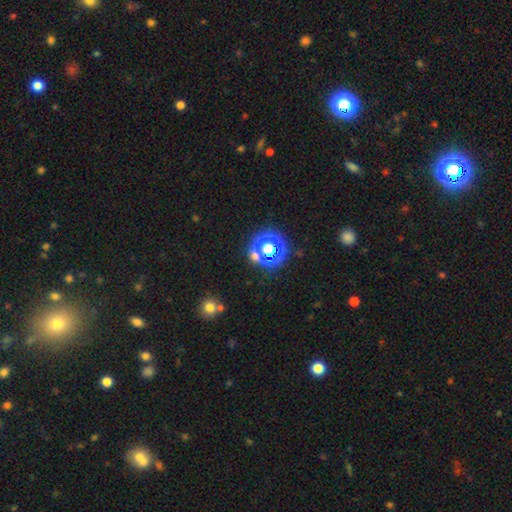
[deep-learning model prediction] Q: Smooth or featured?
A: star or artifact (55%); runner-up: smooth (34%)